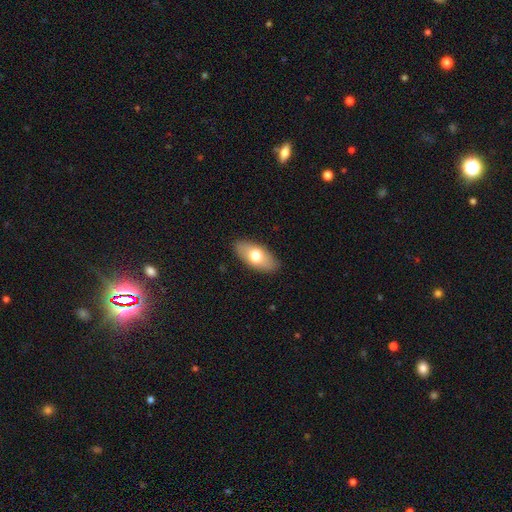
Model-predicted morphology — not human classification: Overall: smooth (69%). How rounded: in between (90%). Merging: none (88%).